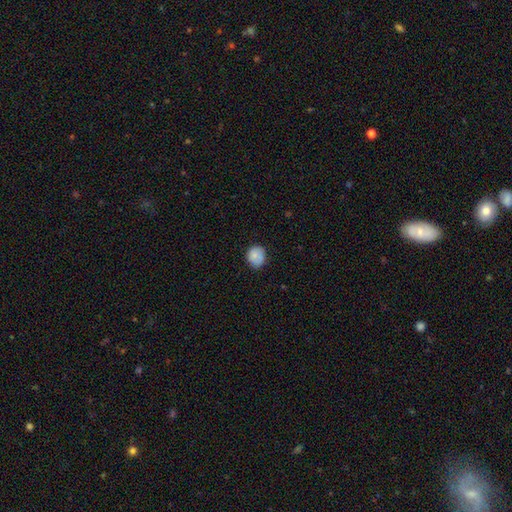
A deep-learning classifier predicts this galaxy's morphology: Smooth or featured: smooth — 81% (featured or disk — 11%)
How rounded: round — 66% (in between — 33%)
Merging: none — 72% (minor disturbance — 22%)